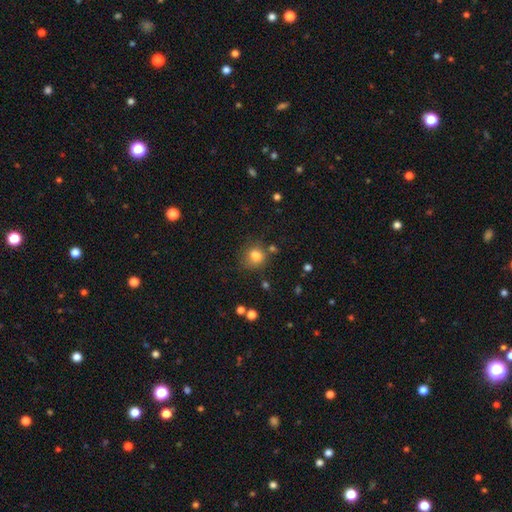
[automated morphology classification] Q: Smooth or featured?
A: smooth (80%); runner-up: star or artifact (12%)
Q: How rounded?
A: round (75%); runner-up: in between (24%)
Q: Merging?
A: none (67%); runner-up: minor disturbance (18%)